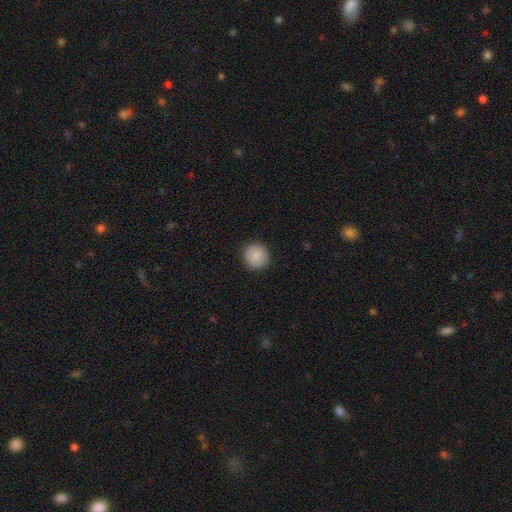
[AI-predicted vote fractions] A smooth galaxy with no disk features (85%) that is round (93%).

Vote fractions:
- Smooth or featured? smooth: 85% / star or artifact: 8% / featured or disk: 7%
- How rounded? round: 93% / in between: 6% / cigar-shaped: 1%
- Merging? none: 91% / minor disturbance: 7% / major disturbance: 2% / merger: 1%